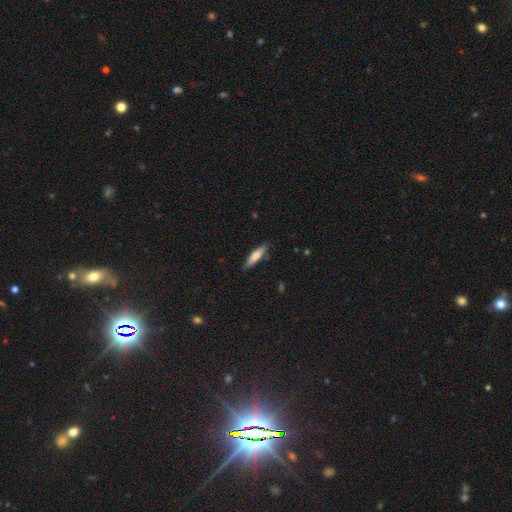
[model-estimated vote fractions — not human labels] Q: Smooth or featured?
A: smooth (66%); runner-up: featured or disk (28%)
Q: How rounded?
A: cigar-shaped (77%); runner-up: in between (22%)
Q: Merging?
A: none (83%); runner-up: minor disturbance (12%)